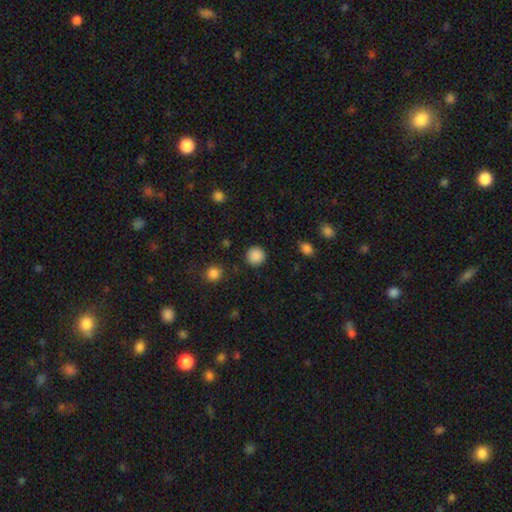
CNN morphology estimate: Q: Smooth or featured?
A: smooth (88%); runner-up: star or artifact (10%)
Q: How rounded?
A: round (94%); runner-up: in between (5%)
Q: Merging?
A: none (90%); runner-up: minor disturbance (6%)